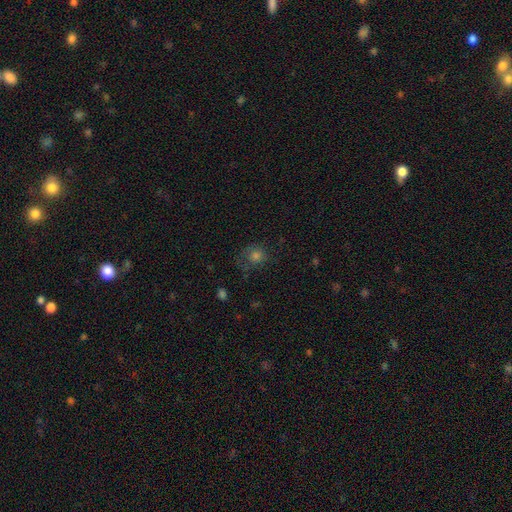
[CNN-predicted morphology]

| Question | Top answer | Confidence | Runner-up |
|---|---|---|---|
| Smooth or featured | smooth | 61% | star or artifact (22%) |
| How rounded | round | 79% | in between (20%) |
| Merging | none | 63% | minor disturbance (20%) |